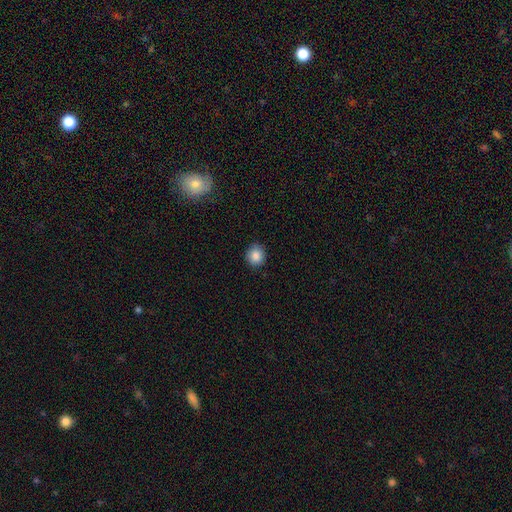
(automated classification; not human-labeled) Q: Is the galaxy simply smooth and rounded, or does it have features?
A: smooth — 86%.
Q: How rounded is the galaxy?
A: round — 87%.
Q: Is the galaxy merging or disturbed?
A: none — 88%.